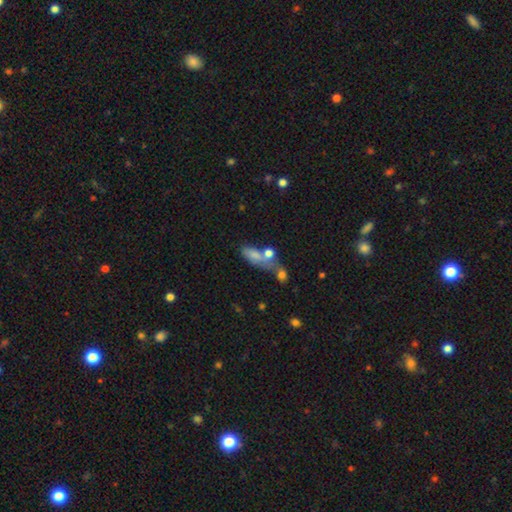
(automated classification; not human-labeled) Overall: smooth (66%). How rounded: in between (72%). Merging: merger (45%; none 23%).